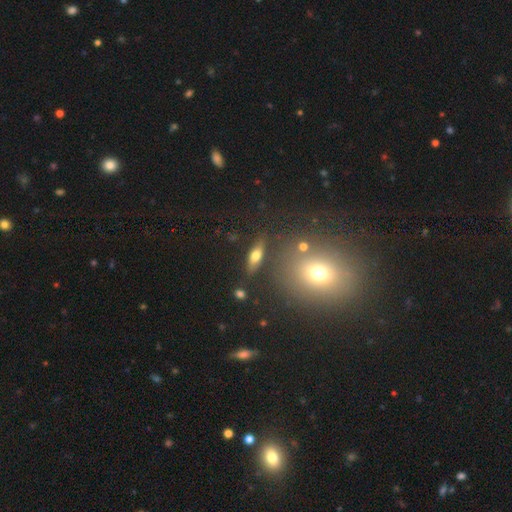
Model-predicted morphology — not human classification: Smooth or featured? smooth (59%)
How rounded? in between (62%)
Merging? none (81%)